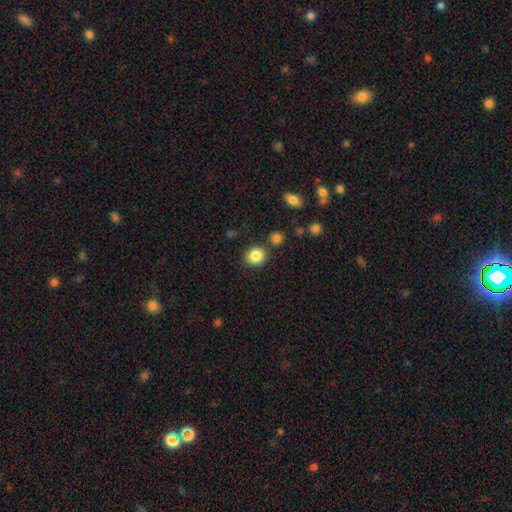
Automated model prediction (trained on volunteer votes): The model was most divided on "how rounded": round: 76%, in between: 23%, cigar-shaped: 1%. More confident: smooth or featured — smooth (85%); merging — none (84%).